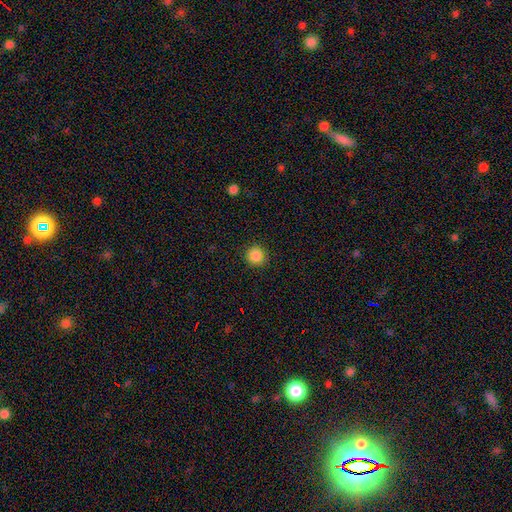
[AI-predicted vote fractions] Smooth or featured? Predicted: smooth (p=0.87). How rounded? Predicted: round (p=0.93). Merging? Predicted: none (p=0.91).